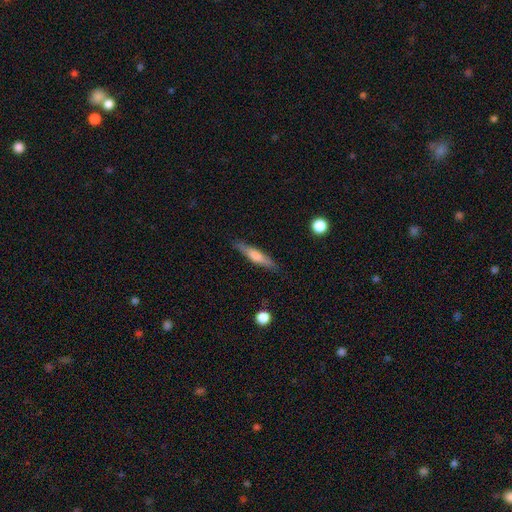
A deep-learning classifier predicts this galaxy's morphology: Smooth or featured?
  - smooth: 52% *
  - featured or disk: 42%
  - star or artifact: 6%
How rounded?
  - cigar-shaped: 87% *
  - in between: 11%
  - round: 2%
Merging?
  - none: 87% *
  - minor disturbance: 9%
  - major disturbance: 2%
  - merger: 1%